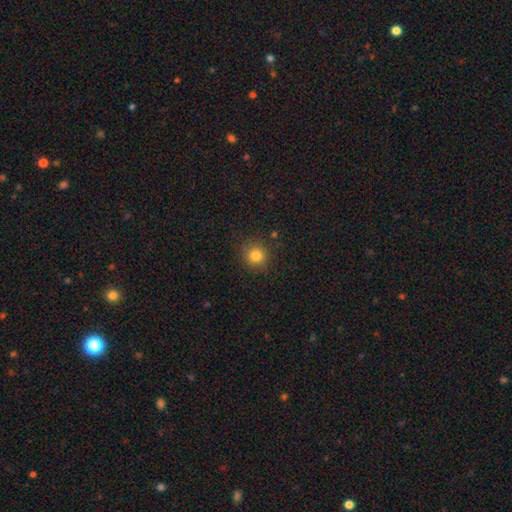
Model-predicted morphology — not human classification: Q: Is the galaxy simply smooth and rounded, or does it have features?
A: smooth — 82%.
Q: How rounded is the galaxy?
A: round — 90%.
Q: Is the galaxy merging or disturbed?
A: none — 88%.